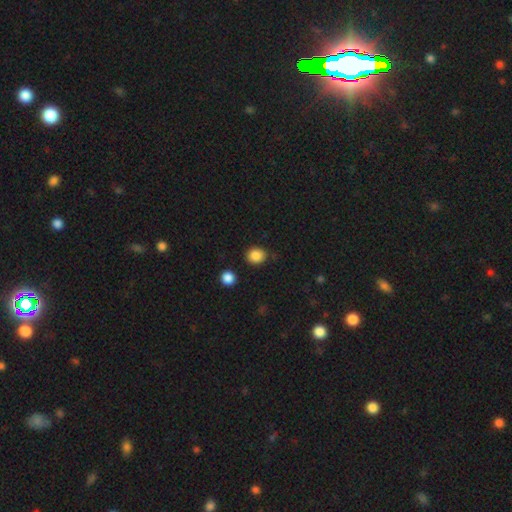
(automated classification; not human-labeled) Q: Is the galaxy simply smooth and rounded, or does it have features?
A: smooth — 86%.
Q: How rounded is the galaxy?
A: round — 76%.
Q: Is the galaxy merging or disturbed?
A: none — 83%.